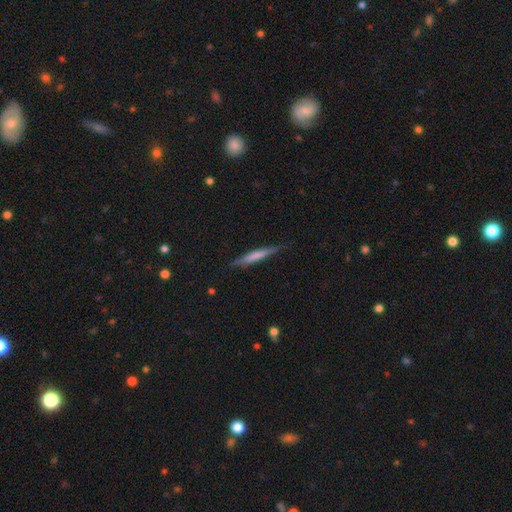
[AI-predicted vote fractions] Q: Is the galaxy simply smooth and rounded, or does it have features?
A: smooth — 57%.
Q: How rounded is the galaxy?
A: cigar-shaped — 94%.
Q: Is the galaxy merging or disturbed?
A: none — 82%.